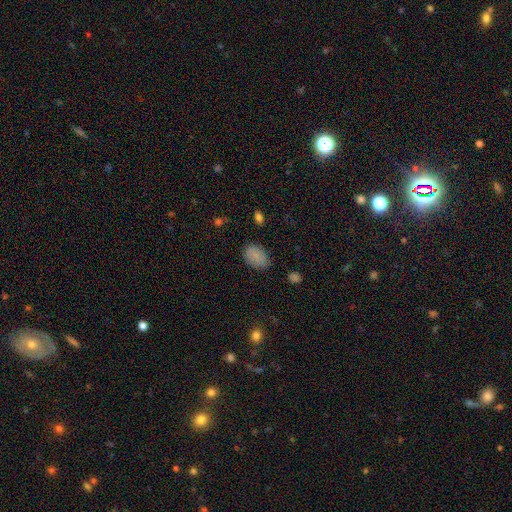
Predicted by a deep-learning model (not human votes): This is clearly a smooth galaxy (83%). How rounded: clearly in between (82%). Merging: likely none (73%).